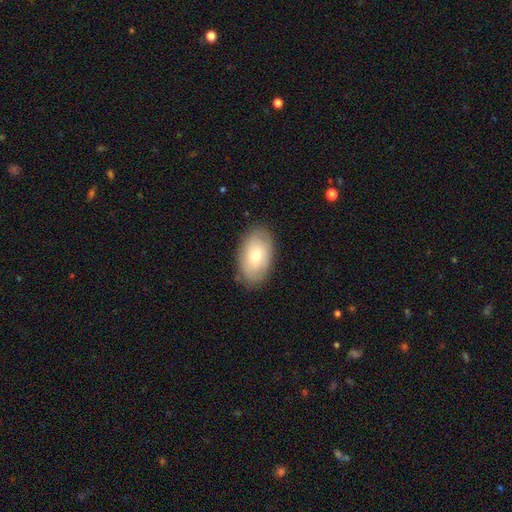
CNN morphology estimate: Smooth or featured?
  - smooth: 71% *
  - featured or disk: 23%
  - star or artifact: 7%
How rounded?
  - in between: 92% *
  - round: 6%
  - cigar-shaped: 1%
Merging?
  - none: 83% *
  - minor disturbance: 13%
  - major disturbance: 3%
  - merger: 1%